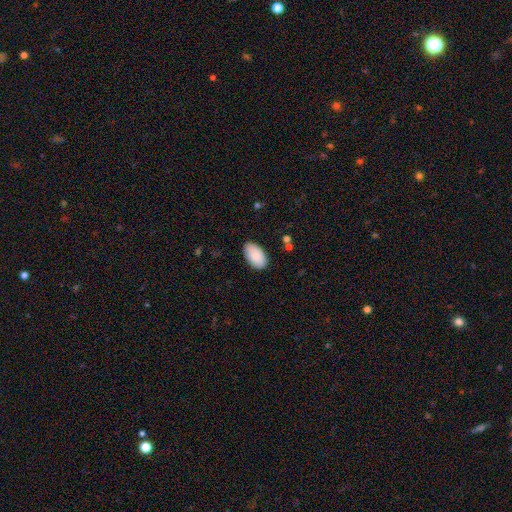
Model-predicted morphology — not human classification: The model was most divided on "merging": none: 85%, minor disturbance: 11%, major disturbance: 2%, merger: 1%. More confident: how rounded — in between (96%); smooth or featured — smooth (90%).